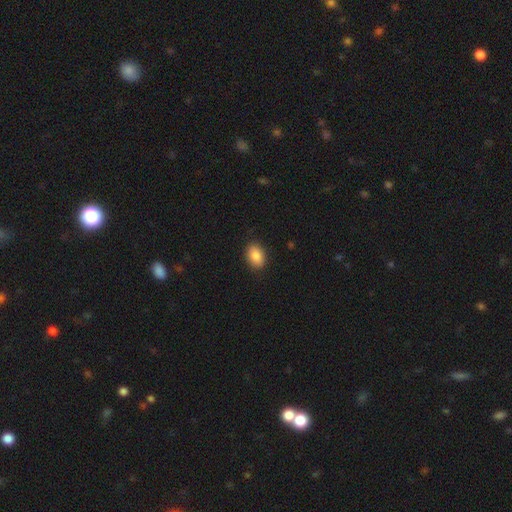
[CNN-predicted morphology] A smooth galaxy with no disk features (88%) that is in between round and cigar-shaped (83%). Merging: none (88%).